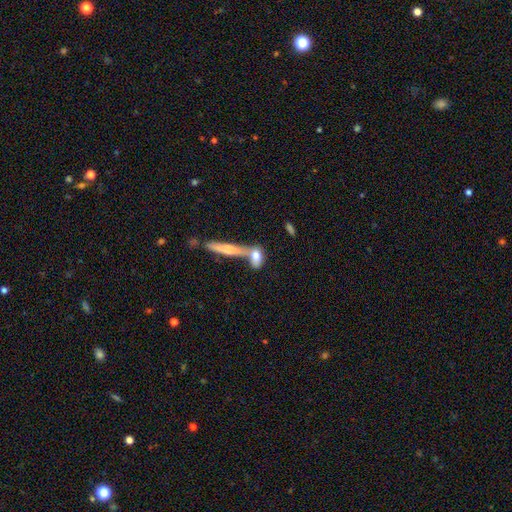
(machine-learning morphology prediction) The model was most divided on "merging": merger: 45%, none: 38%, minor disturbance: 11%, major disturbance: 6%. More confident: smooth or featured — smooth (69%); how rounded — in between (55%).